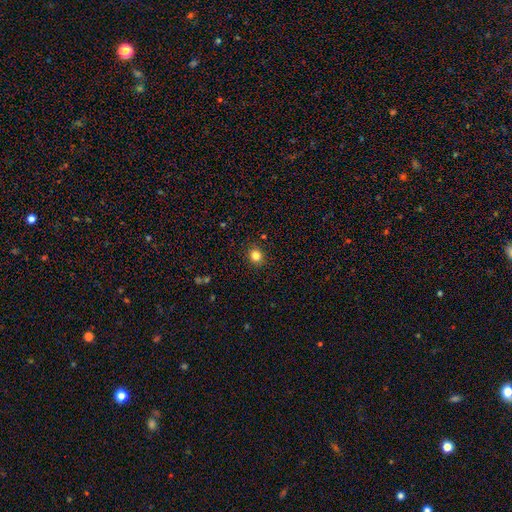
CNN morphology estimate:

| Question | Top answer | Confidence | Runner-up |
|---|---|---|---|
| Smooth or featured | smooth | 83% | star or artifact (12%) |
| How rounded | round | 82% | in between (17%) |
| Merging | none | 90% | minor disturbance (7%) |